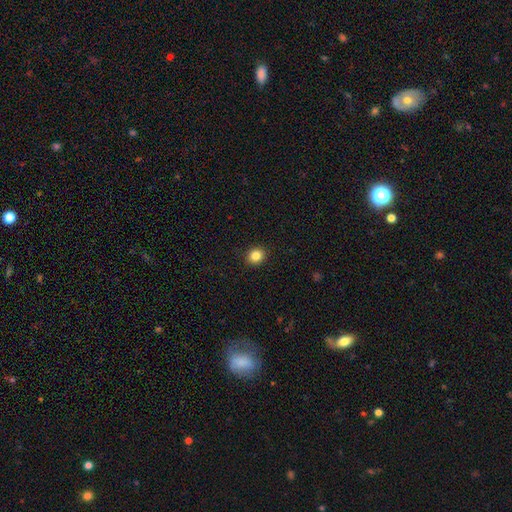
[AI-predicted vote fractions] This is clearly a smooth galaxy (84%). How rounded: clearly round (81%). Merging: clearly none (92%).